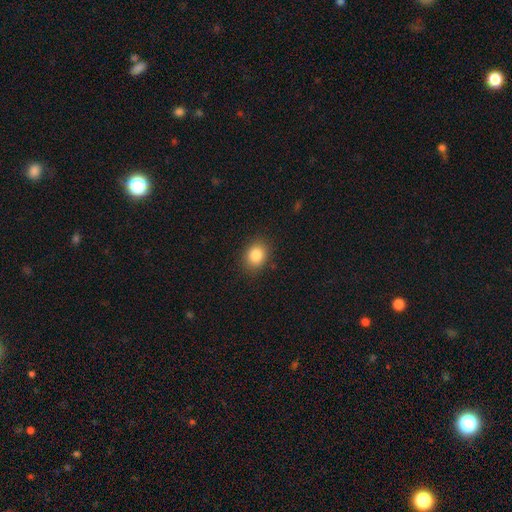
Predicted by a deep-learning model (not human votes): smooth 84%, star or artifact 10%, featured or disk 6%. Down the decision tree: how rounded — round (50%); merging — none (86%).